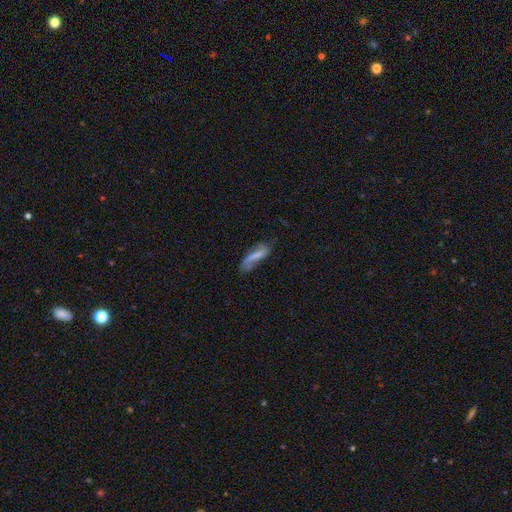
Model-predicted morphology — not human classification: Smooth or featured?
  - featured or disk: 47% *
  - smooth: 45%
  - star or artifact: 8%
Merging?
  - none: 47% *
  - minor disturbance: 29%
  - major disturbance: 18%
  - merger: 5%